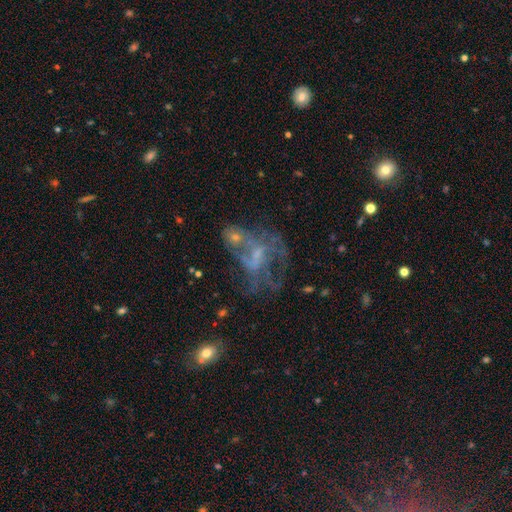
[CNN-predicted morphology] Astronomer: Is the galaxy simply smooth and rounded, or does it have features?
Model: featured or disk — 63%.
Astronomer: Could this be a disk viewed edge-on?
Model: no — 97%.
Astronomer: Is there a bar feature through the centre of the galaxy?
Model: no — 61%.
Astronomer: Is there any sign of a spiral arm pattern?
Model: no — 58% (runner-up: yes, 42%).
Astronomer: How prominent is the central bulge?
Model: small — 40% (runner-up: none, 35%).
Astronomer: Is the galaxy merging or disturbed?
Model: major disturbance — 31% (runner-up: merger, 30%).